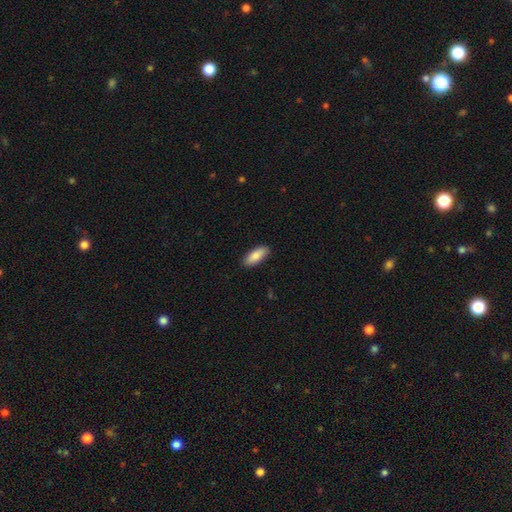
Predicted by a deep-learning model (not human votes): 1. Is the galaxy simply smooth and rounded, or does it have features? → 86% smooth, 9% featured or disk, 6% star or artifact.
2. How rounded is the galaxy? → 77% in between, 21% cigar-shaped, 2% round.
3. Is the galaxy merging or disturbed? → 89% none, 9% minor disturbance, 2% major disturbance, 1% merger.